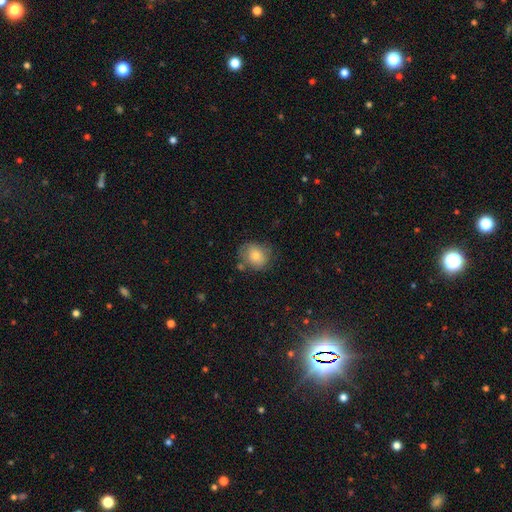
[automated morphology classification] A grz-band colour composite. It shows a smooth galaxy with no disk features (77%) that is round (57%). Merging: none (62%).